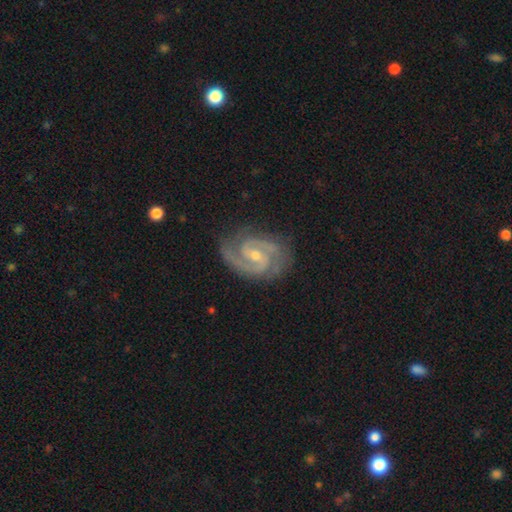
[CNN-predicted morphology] Smooth or featured?
  - featured or disk: 93% *
  - star or artifact: 4%
  - smooth: 3%
Edge-on disk?
  - no: 98% *
  - yes: 2%
Bar?
  - weak: 50% *
  - no: 33%
  - strong: 17%
Spiral arms?
  - yes: 99% *
  - no: 1%
Spiral winding?
  - tight: 48% *
  - medium: 46%
  - loose: 5%
Spiral arm count?
  - 2: 83% *
  - 3: 10%
  - can't tell: 3%
  - 4: 2%
  - 1: 2%
  - more than 4: 1%
Bulge size?
  - small: 55% *
  - moderate: 42%
  - none: 1%
  - large: 1%
  - dominant: 1%
Merging?
  - none: 80% *
  - minor disturbance: 15%
  - major disturbance: 4%
  - merger: 1%